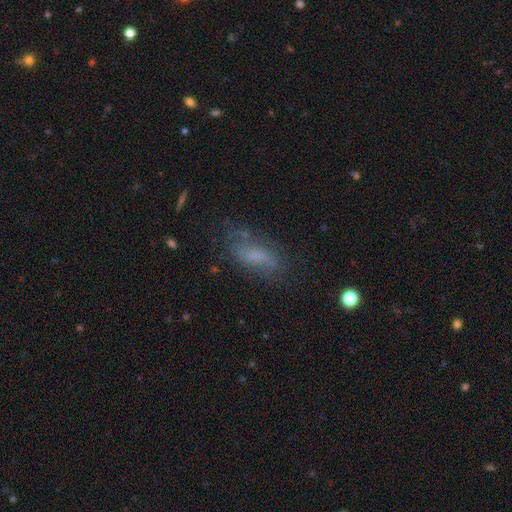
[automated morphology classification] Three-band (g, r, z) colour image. It shows a smooth galaxy with no disk features (54%) that is in between round and cigar-shaped (72%). Merging: none (56%).